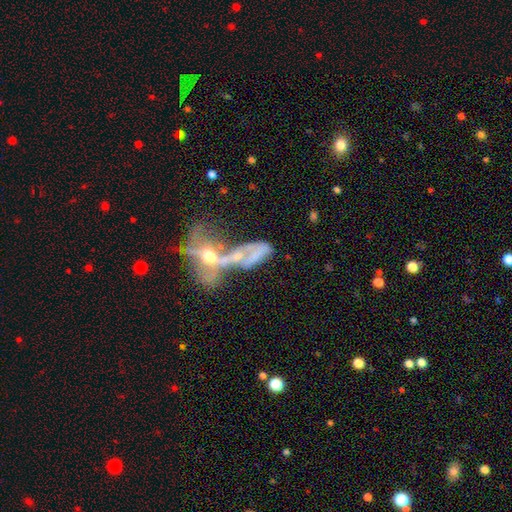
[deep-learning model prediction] smooth-or-featured: featured or disk: 54% | smooth: 32% | star or artifact: 14%
  disk-edge-on: no: 85% | yes: 15%
  merging: merger: 66% | major disturbance: 17% | none: 11% | minor disturbance: 7%